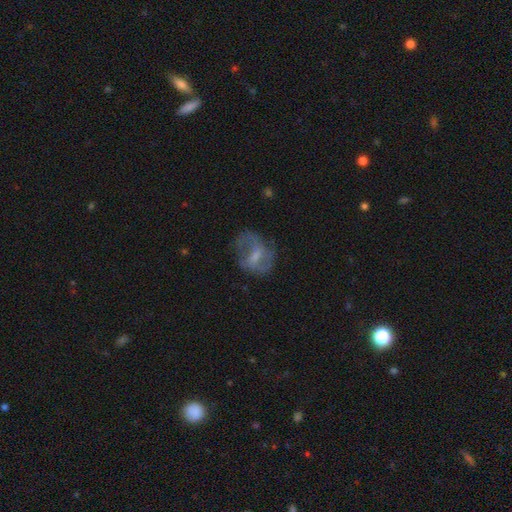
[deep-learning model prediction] Smooth or featured? featured or disk (62%)
Edge-on disk? no (97%)
Bar? weak (50%)
Spiral arms? yes (68%)
Bulge size? small (41%)
Merging? none (52%)